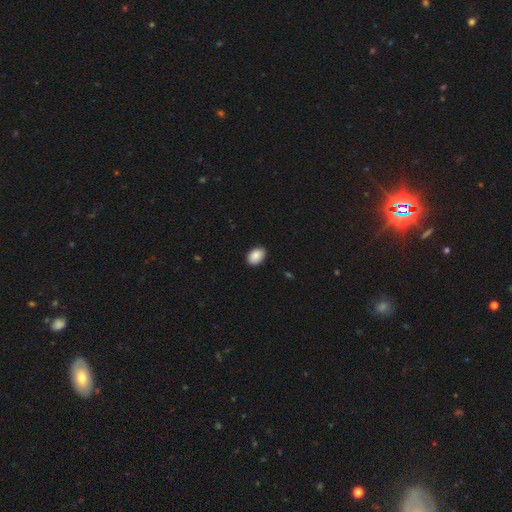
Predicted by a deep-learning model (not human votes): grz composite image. It shows a smooth galaxy with no disk features (89%) that is in between round and cigar-shaped (83%). Merging: none (86%).